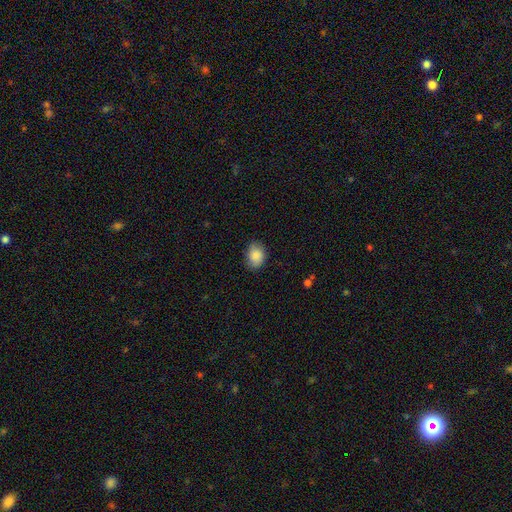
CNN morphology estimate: Smooth or featured? smooth (86%)
How rounded? in between (65%)
Merging? none (81%)